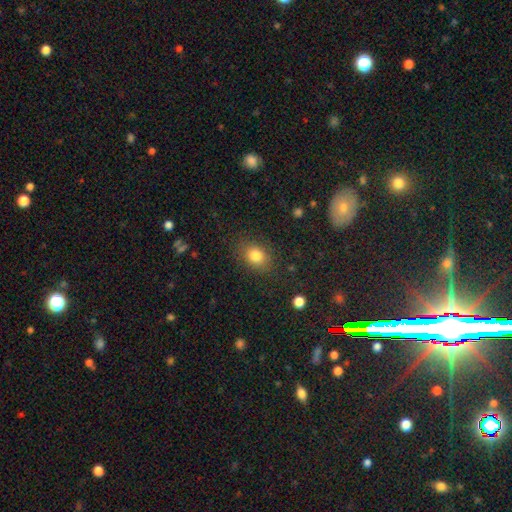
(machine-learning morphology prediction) A smooth galaxy with no disk features (82%) that is in between round and cigar-shaped (59%). Merging: none (83%).